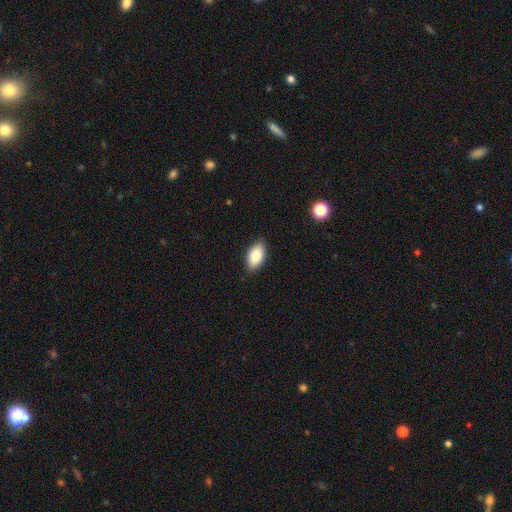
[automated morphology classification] Q: Smooth or featured?
A: smooth (82%); runner-up: featured or disk (11%)
Q: How rounded?
A: in between (93%); runner-up: round (4%)
Q: Merging?
A: none (87%); runner-up: minor disturbance (10%)